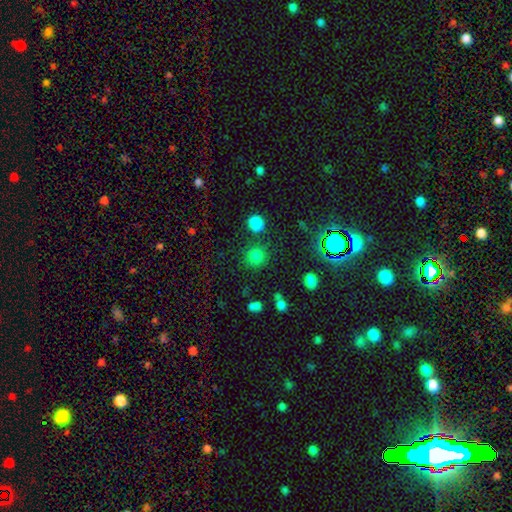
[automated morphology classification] A smooth galaxy with no disk features (77%) that is round (91%).

Vote fractions:
- Smooth or featured? smooth: 77% / star or artifact: 17% / featured or disk: 5%
- How rounded? round: 91% / in between: 8% / cigar-shaped: 1%
- Merging? none: 79% / minor disturbance: 9% / merger: 7% / major disturbance: 4%